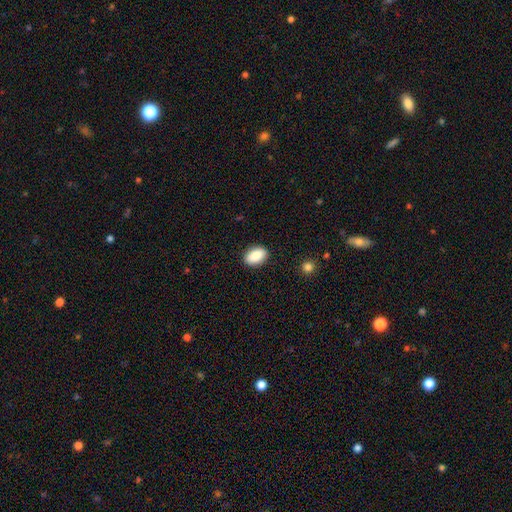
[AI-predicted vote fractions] Smooth or featured? smooth (88%)
How rounded? in between (89%)
Merging? none (88%)